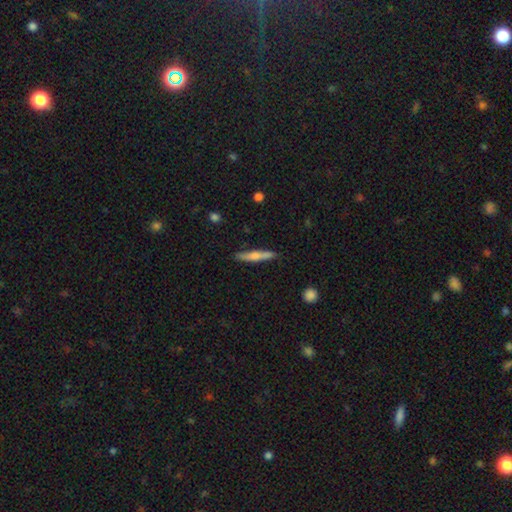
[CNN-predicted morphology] A smooth galaxy with no disk features (58%) that is cigar-shaped (92%). Merging: none (85%).